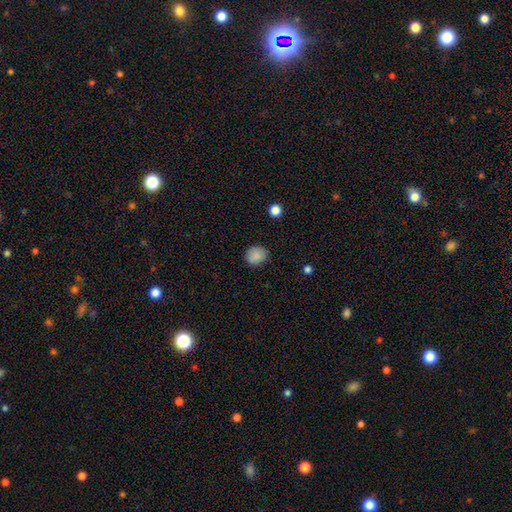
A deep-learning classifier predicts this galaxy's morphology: smooth-or-featured: smooth: 86% | star or artifact: 9% | featured or disk: 4%
  how-rounded: round: 82% | in between: 17% | cigar-shaped: 1%
  merging: none: 85% | minor disturbance: 11% | major disturbance: 3% | merger: 1%